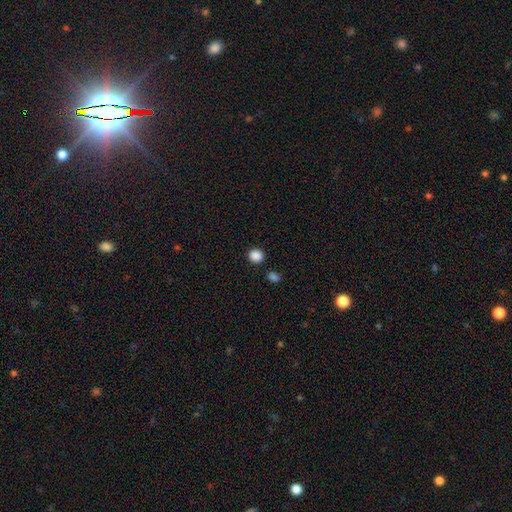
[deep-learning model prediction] This appears to be a smooth galaxy with no disk features (87%) that is round (78%). Merging: none (85%).